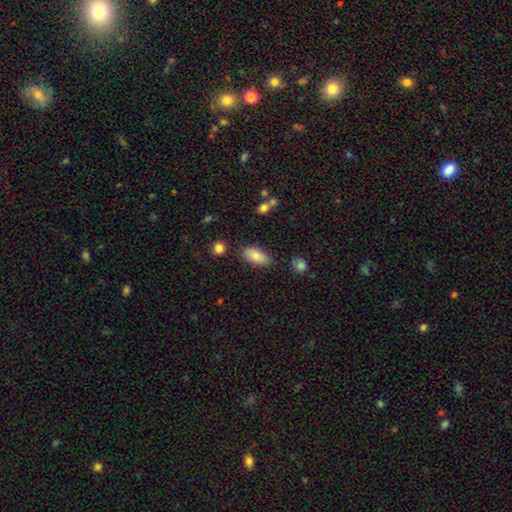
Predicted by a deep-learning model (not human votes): Smooth or featured? smooth (86%)
How rounded? in between (89%)
Merging? none (81%)